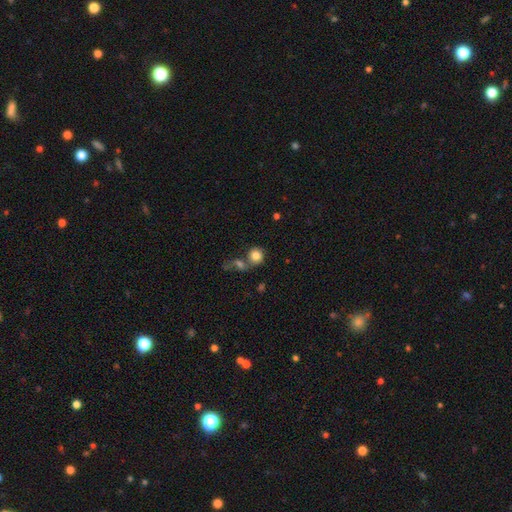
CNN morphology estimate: This appears to be a smooth galaxy with no disk features (82%) that is round (85%). Merging: none (51%).